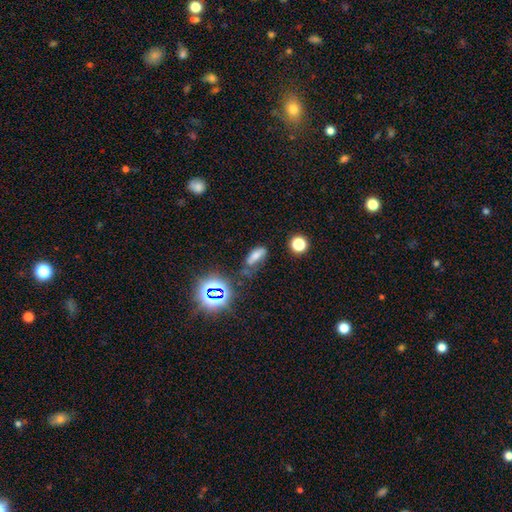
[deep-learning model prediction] Smooth or featured? Predicted: smooth (p=0.64). How rounded? Predicted: in between (p=0.67). Merging? Predicted: none (p=0.48).